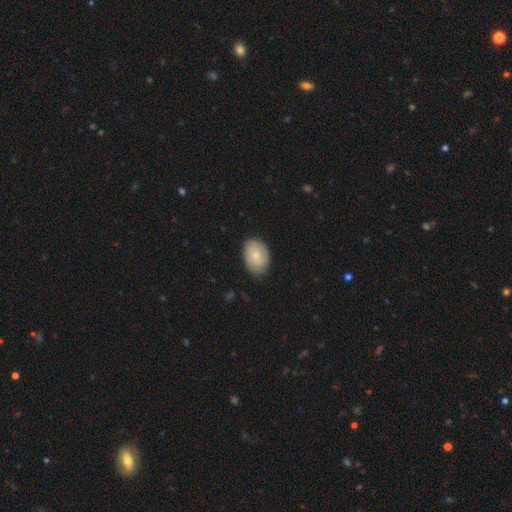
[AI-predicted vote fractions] Smooth or featured? smooth (54%)
How rounded? in between (79%)
Merging? none (81%)